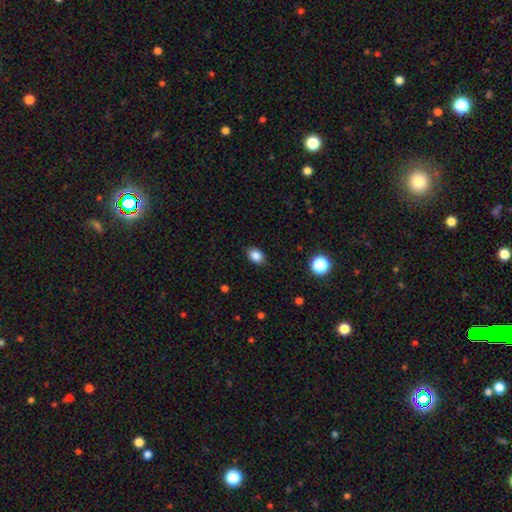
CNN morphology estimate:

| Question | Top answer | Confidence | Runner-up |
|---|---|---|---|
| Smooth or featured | smooth | 86% | star or artifact (10%) |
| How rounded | in between | 74% | round (25%) |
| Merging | none | 86% | minor disturbance (10%) |